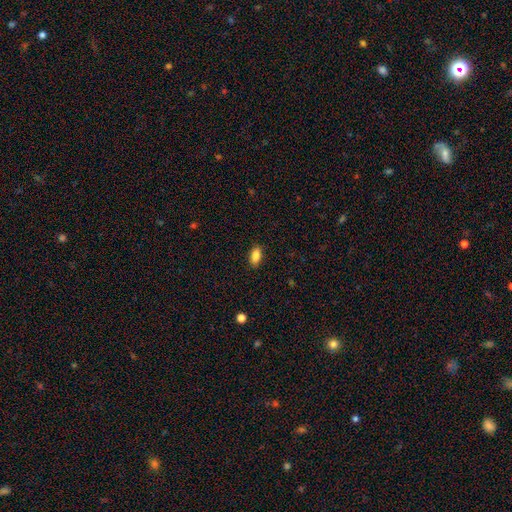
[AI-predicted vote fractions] This is clearly a smooth galaxy (87%). How rounded: clearly in between (88%). Merging: clearly none (88%).